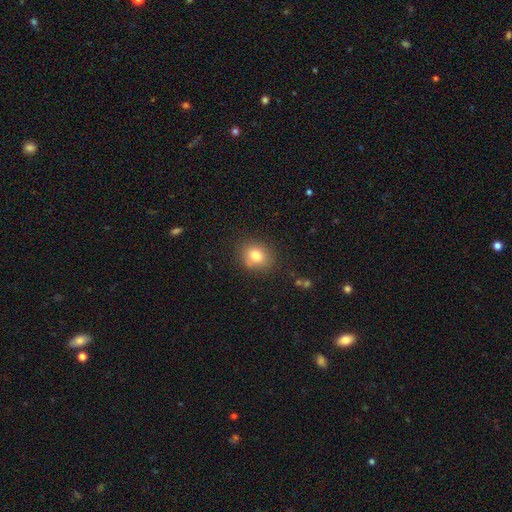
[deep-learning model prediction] smooth 79%, star or artifact 12%, featured or disk 10%. Down the decision tree: how rounded — round (68%); merging — none (80%).